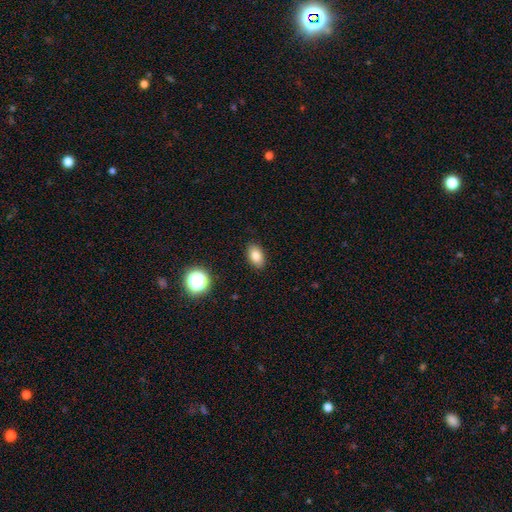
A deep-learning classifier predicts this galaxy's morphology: Overall: smooth (83%). How rounded: in between (88%). Merging: none (88%).